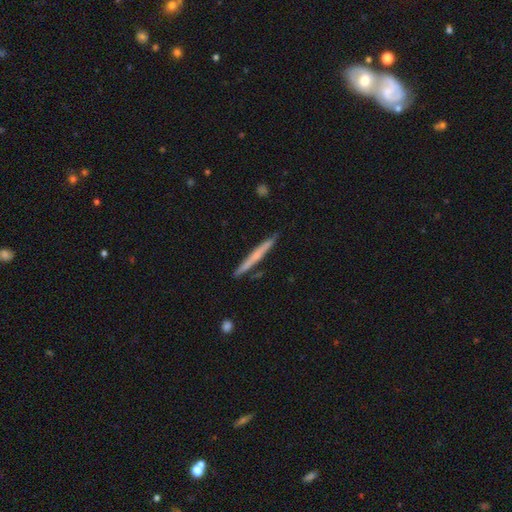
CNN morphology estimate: smooth_or_featured: smooth (p=0.48) [alt: featured or disk p=0.46]
merging: none (p=0.88) [alt: minor disturbance p=0.08]